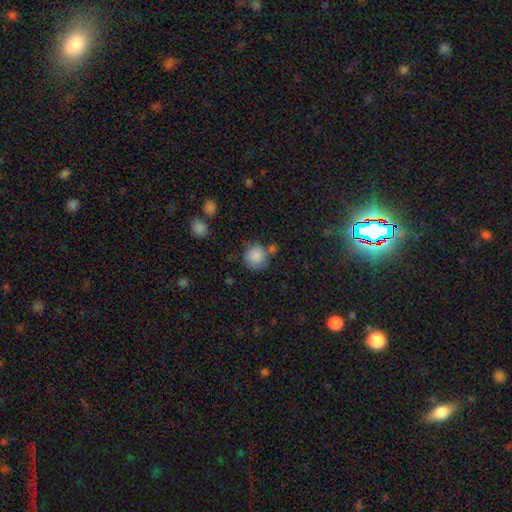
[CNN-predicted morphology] Q: Smooth or featured?
A: smooth (86%); runner-up: star or artifact (9%)
Q: How rounded?
A: round (90%); runner-up: in between (9%)
Q: Merging?
A: none (71%); runner-up: minor disturbance (15%)